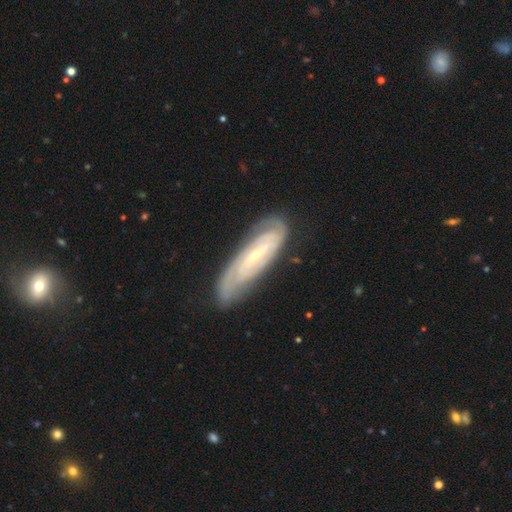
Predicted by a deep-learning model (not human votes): Smooth or featured? Predicted: featured or disk (p=0.81). Edge-on disk? Predicted: no (p=0.84). Bar? Predicted: weak (p=0.40). Spiral arms? Predicted: yes (p=0.94). Spiral winding? Predicted: tight (p=0.65). Spiral arm count? Predicted: 2 (p=0.47). Bulge size? Predicted: small (p=0.71). Merging? Predicted: none (p=0.74).